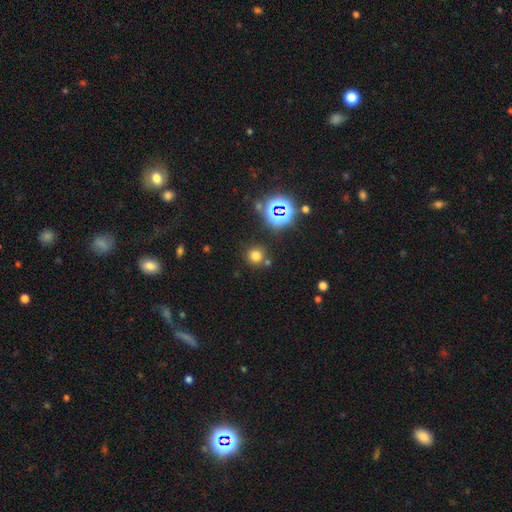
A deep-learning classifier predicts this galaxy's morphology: smooth 69%, star or artifact 24%, featured or disk 7%. Down the decision tree: how rounded — round (92%); merging — none (79%).